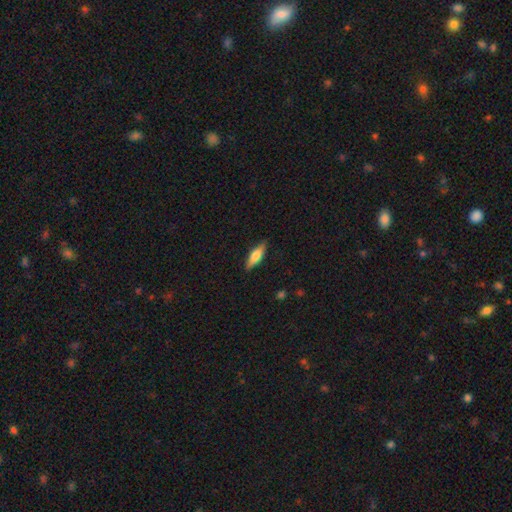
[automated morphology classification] Smooth or featured: smooth — 52% (featured or disk — 42%)
How rounded: cigar-shaped — 54% (in between — 43%)
Merging: none — 87% (minor disturbance — 10%)